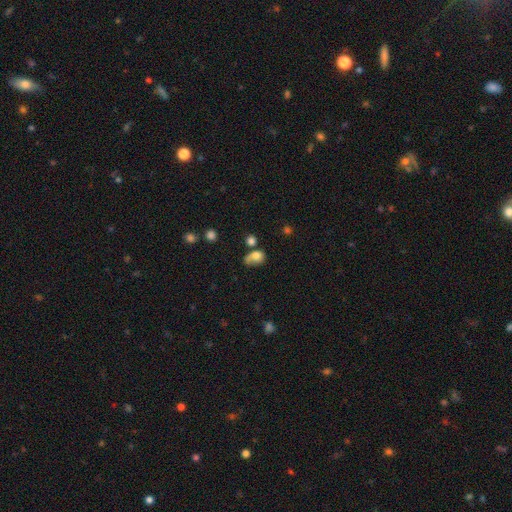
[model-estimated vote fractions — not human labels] A smooth galaxy with no disk features (74%) that is in between round and cigar-shaped (69%). Merging: none (32%).